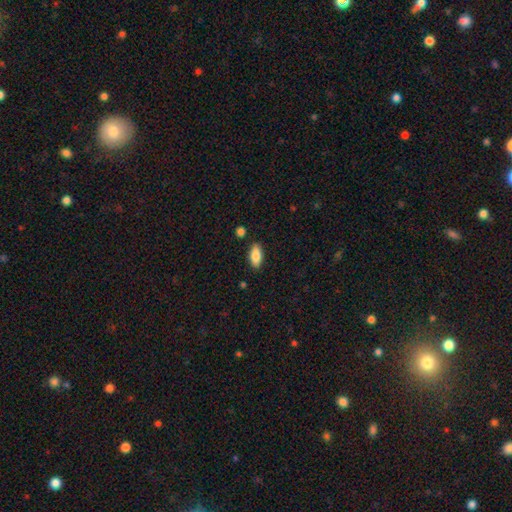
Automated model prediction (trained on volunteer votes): smooth 83%, featured or disk 10%, star or artifact 7%. Down the decision tree: how rounded — in between (87%); merging — none (87%).